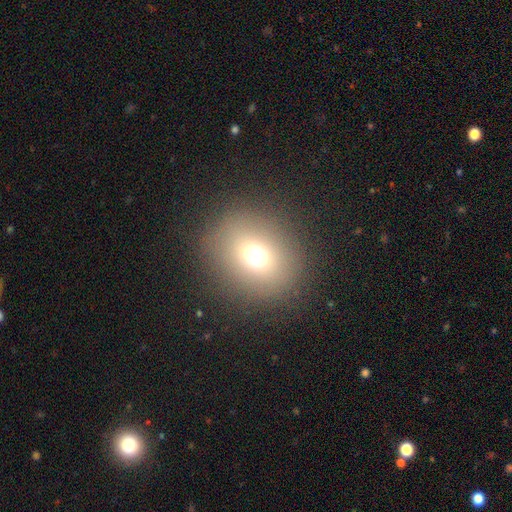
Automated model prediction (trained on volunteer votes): Smooth or featured?
  - smooth: 68% *
  - star or artifact: 19%
  - featured or disk: 13%
How rounded?
  - round: 74% *
  - in between: 25%
  - cigar-shaped: 1%
Merging?
  - none: 86% *
  - minor disturbance: 8%
  - major disturbance: 5%
  - merger: 1%